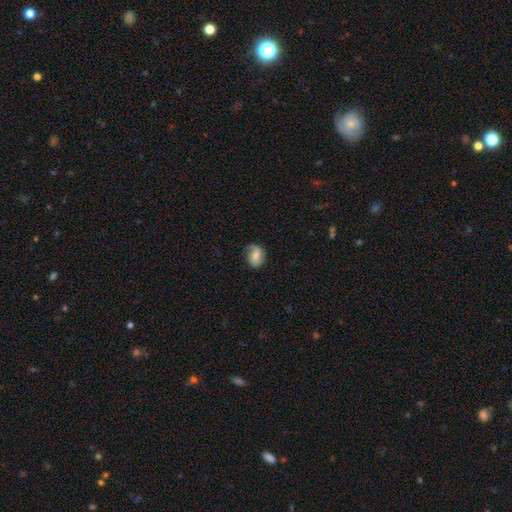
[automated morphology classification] This appears to be a smooth galaxy with no disk features (50%) that is in between round and cigar-shaped (61%). Merging: none (54%).